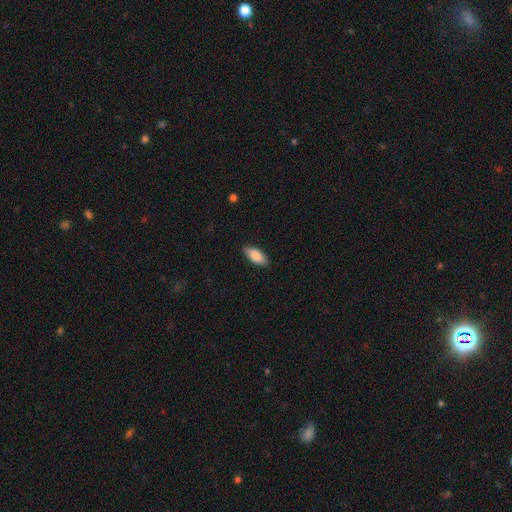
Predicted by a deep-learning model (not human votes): Q: Smooth or featured?
A: smooth (85%); runner-up: featured or disk (9%)
Q: How rounded?
A: in between (85%); runner-up: cigar-shaped (13%)
Q: Merging?
A: none (88%); runner-up: minor disturbance (9%)